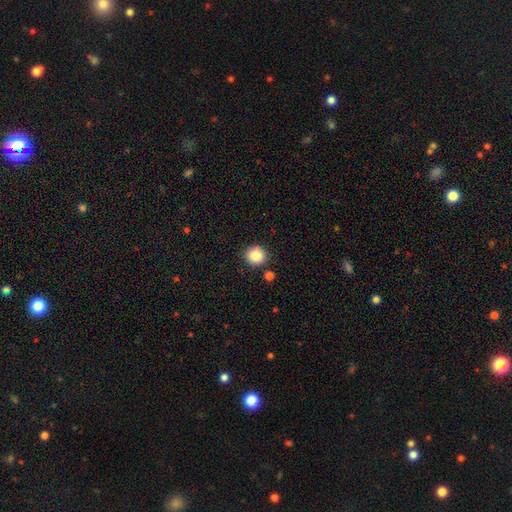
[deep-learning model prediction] A smooth galaxy with no disk features (85%) that is round (89%).

Vote fractions:
- Smooth or featured? smooth: 85% / star or artifact: 10% / featured or disk: 5%
- How rounded? round: 89% / in between: 10% / cigar-shaped: 1%
- Merging? none: 86% / minor disturbance: 8% / merger: 4% / major disturbance: 2%